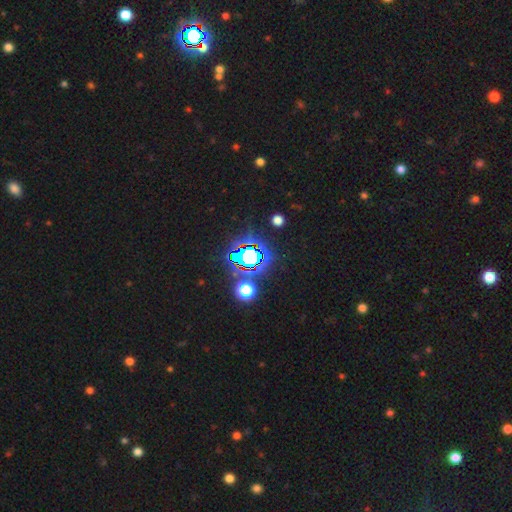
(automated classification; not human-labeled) Overall: star or artifact (83%).